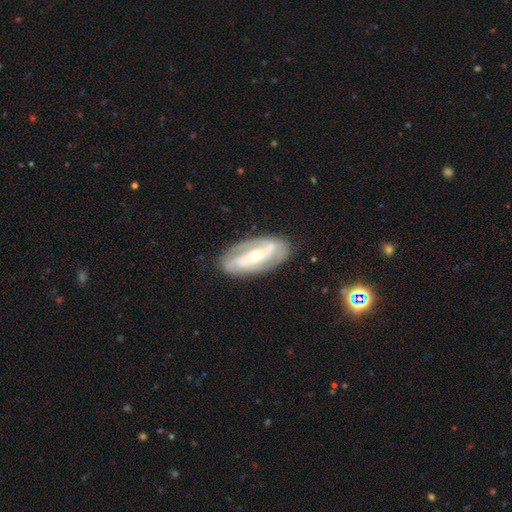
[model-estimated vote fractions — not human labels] Smooth or featured?
  - featured or disk: 81% *
  - smooth: 14%
  - star or artifact: 5%
Edge-on disk?
  - no: 91% *
  - yes: 9%
Bar?
  - strong: 46% *
  - no: 28%
  - weak: 26%
Spiral arms?
  - yes: 86% *
  - no: 14%
Spiral winding?
  - medium: 38% *
  - tight: 37%
  - loose: 26%
Spiral arm count?
  - 2: 77% *
  - can't tell: 13%
  - 3: 4%
  - 1: 2%
  - 4: 2%
  - more than 4: 1%
Bulge size?
  - small: 55% *
  - moderate: 41%
  - large: 2%
  - none: 1%
  - dominant: 1%
Merging?
  - none: 82% *
  - minor disturbance: 13%
  - major disturbance: 4%
  - merger: 1%